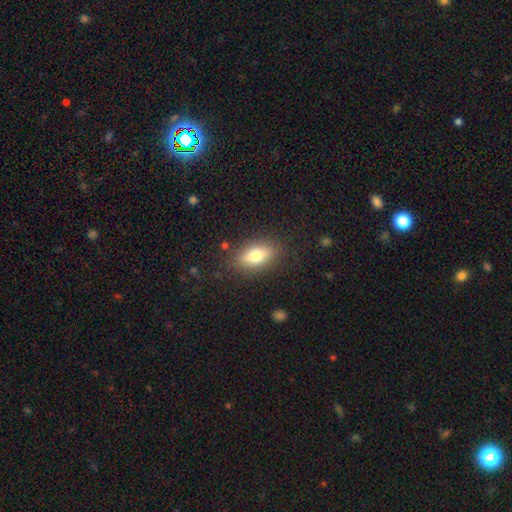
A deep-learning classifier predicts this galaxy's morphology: This is likely a smooth galaxy (72%). How rounded: clearly in between (81%). Merging: clearly none (84%).